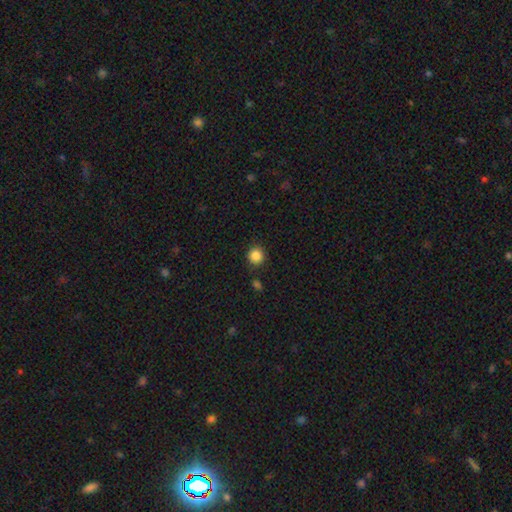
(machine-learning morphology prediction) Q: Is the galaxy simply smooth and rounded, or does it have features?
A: smooth — 86%.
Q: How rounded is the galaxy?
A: round — 91%.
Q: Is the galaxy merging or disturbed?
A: none — 88%.